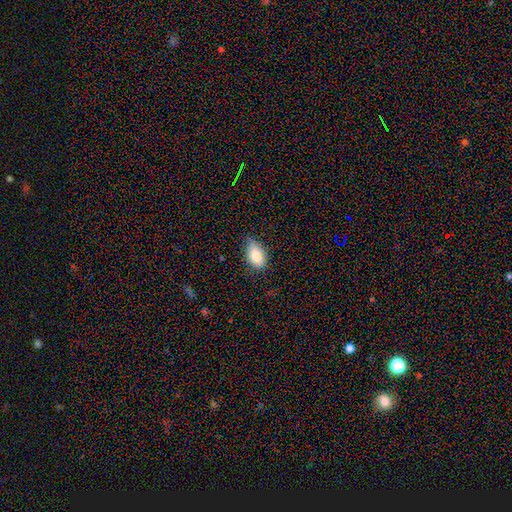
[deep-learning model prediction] Smooth or featured? smooth (81%)
How rounded? in between (90%)
Merging? none (64%)